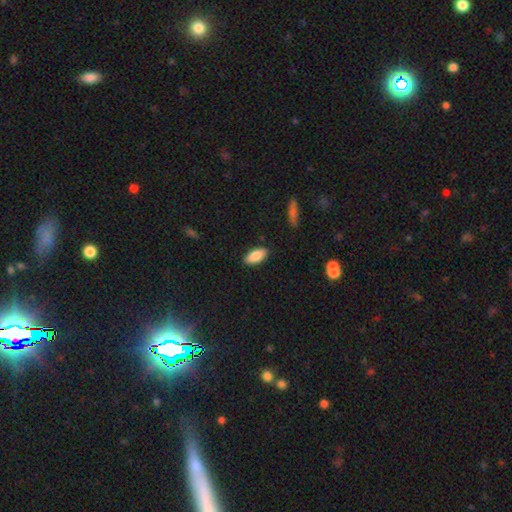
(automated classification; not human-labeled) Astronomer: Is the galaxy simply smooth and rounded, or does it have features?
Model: smooth — 83%.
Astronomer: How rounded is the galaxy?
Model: in between — 88%.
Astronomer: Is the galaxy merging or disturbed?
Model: none — 87%.